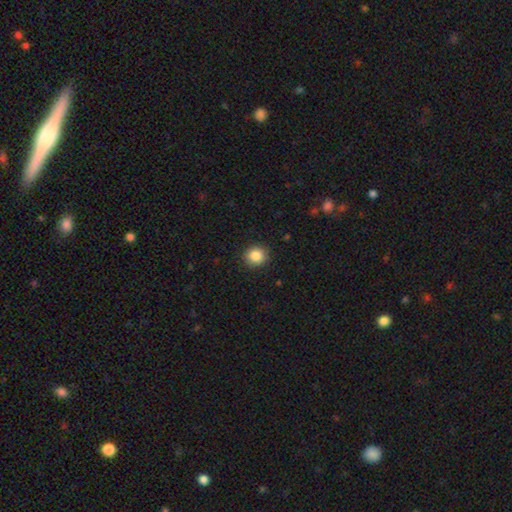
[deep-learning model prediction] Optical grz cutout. It shows a smooth galaxy with no disk features (86%) that is round (87%). Merging: none (91%).